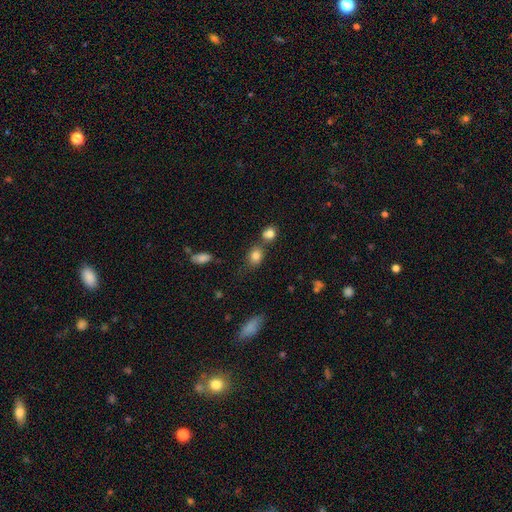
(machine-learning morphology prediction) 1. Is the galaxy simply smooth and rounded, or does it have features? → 82% smooth, 11% star or artifact, 7% featured or disk.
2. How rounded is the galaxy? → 56% in between, 42% round, 2% cigar-shaped.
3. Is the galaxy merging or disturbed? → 58% none, 23% merger, 14% minor disturbance, 5% major disturbance.